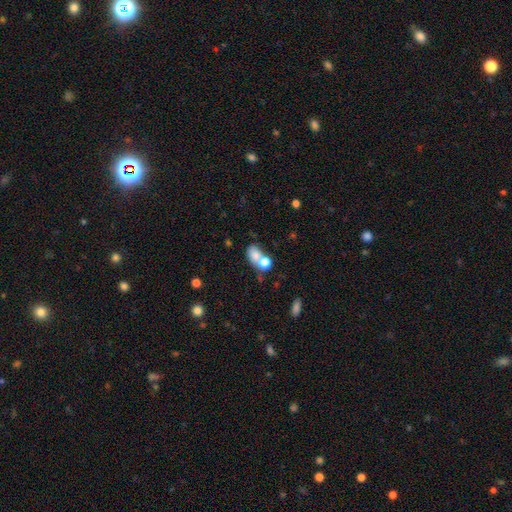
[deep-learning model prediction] Overall: smooth (75%). How rounded: in between (69%; round 29%). Merging: merger (52%; none 30%).